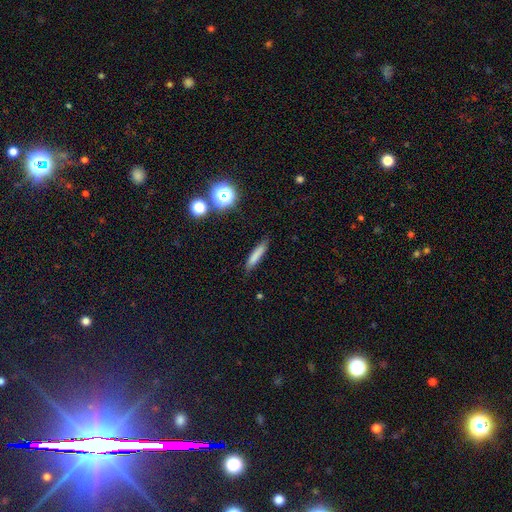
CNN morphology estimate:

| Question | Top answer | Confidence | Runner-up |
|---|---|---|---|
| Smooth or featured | smooth | 77% | featured or disk (13%) |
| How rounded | cigar-shaped | 86% | in between (12%) |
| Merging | none | 84% | minor disturbance (12%) |